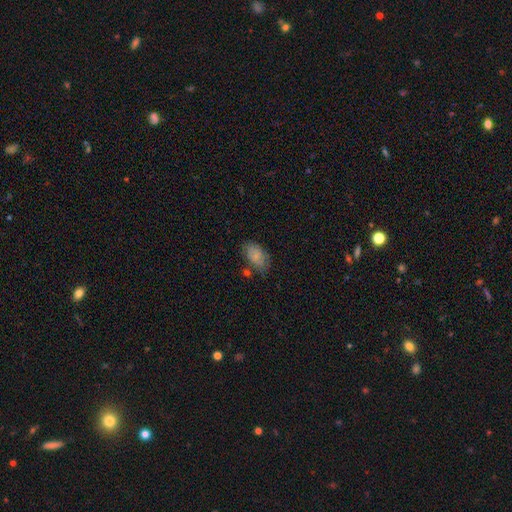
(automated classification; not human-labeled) smooth_or_featured: smooth (p=0.79) [alt: featured or disk p=0.13]
how_rounded: in between (p=0.91) [alt: round p=0.07]
merging: none (p=0.65) [alt: minor disturbance p=0.22]